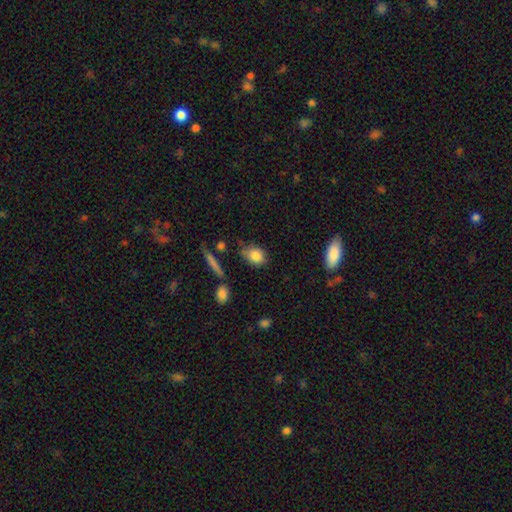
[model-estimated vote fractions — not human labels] smooth-or-featured: smooth: 83% | star or artifact: 9% | featured or disk: 8%
  how-rounded: in between: 54% | round: 43% | cigar-shaped: 3%
  merging: none: 64% | minor disturbance: 24% | major disturbance: 6% | merger: 5%